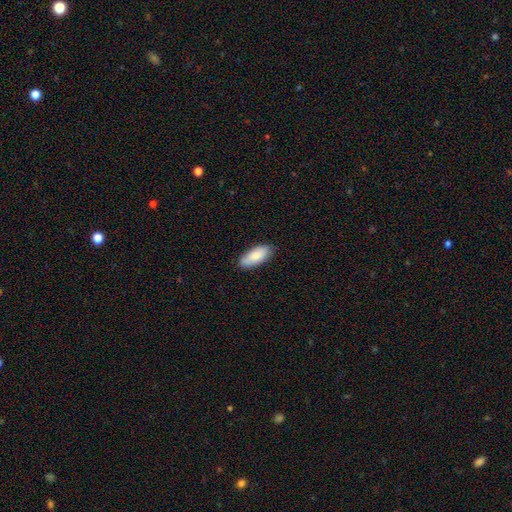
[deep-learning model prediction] Smooth or featured? smooth (83%)
How rounded? in between (84%)
Merging? none (83%)